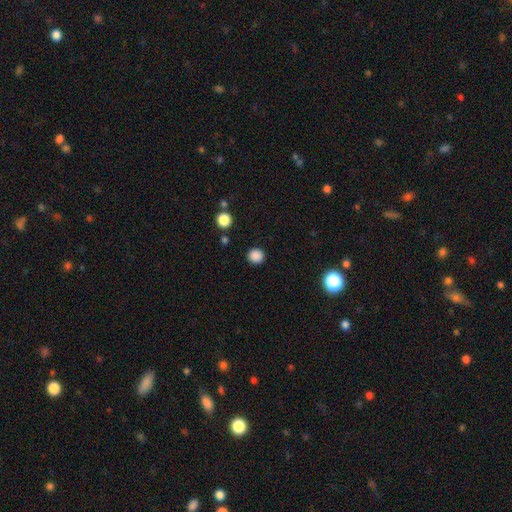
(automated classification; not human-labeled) smooth 86%, star or artifact 11%, featured or disk 3%. Down the decision tree: how rounded — round (92%); merging — none (90%).